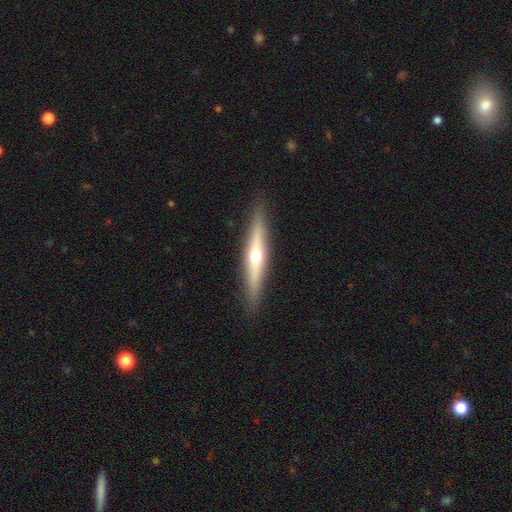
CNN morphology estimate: type=featured or disk (63%); edge-on=yes (95%); edge-on bulge=rounded (90%); merging=none (91%).